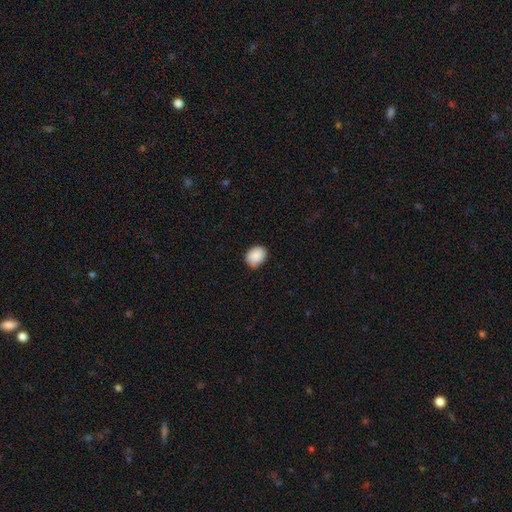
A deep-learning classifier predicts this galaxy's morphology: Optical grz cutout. It shows a smooth galaxy with no disk features (90%) that is in between round and cigar-shaped (65%). Merging: none (84%).